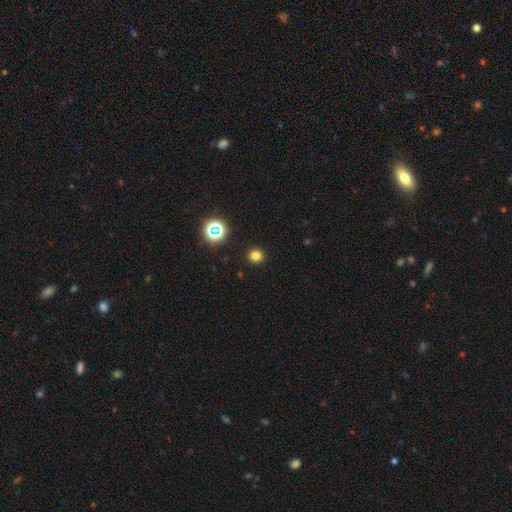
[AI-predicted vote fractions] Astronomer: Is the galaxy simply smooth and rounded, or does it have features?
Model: smooth — 77%.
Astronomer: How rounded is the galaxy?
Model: round — 91%.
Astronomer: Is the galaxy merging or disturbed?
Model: none — 92%.